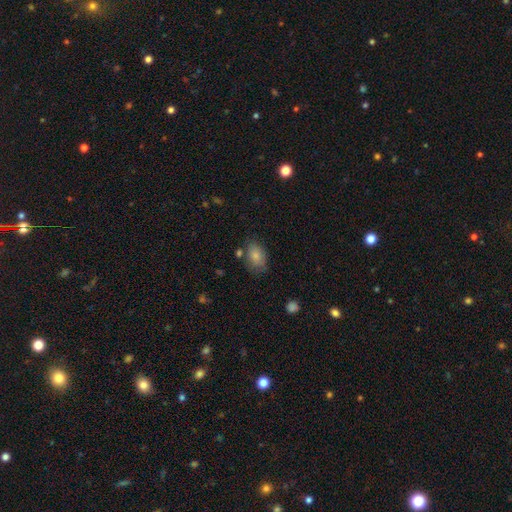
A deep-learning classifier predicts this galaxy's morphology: Overall: smooth (80%). How rounded: in between (84%). Merging: none (63%).